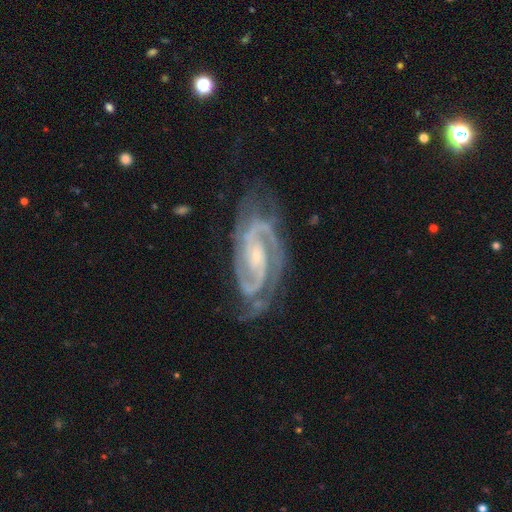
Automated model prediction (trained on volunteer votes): Overall: featured or disk (93%). Edge-on disk: no (97%). Bar: weak (41%; no 37%). Spiral arms: yes (99%). Spiral arm count: 2 (80%). Spiral winding: tight (55%; medium 40%). Bulge size: small (59%; moderate 33%). Merging: none (73%).